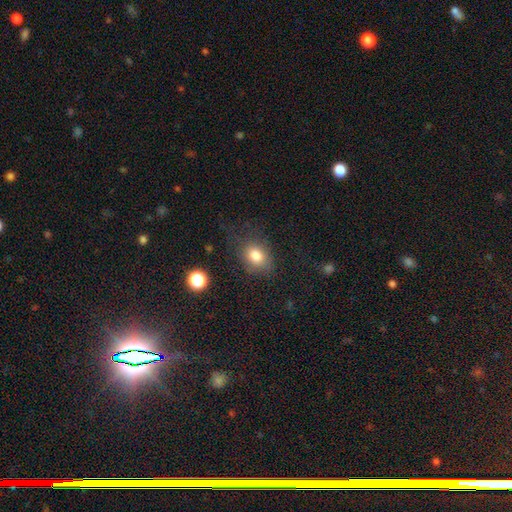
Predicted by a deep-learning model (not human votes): Overall: smooth (79%). How rounded: in between (57%; round 42%). Merging: none (70%).